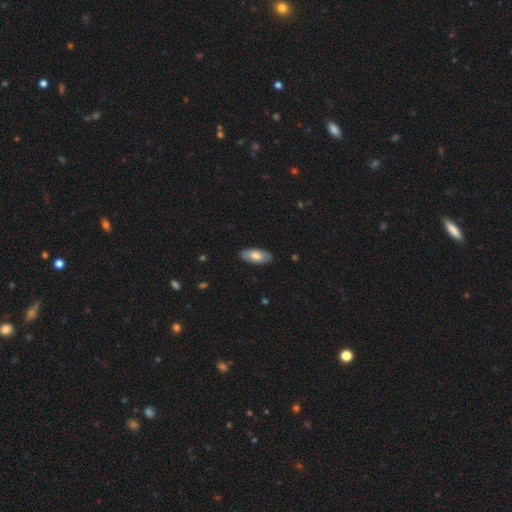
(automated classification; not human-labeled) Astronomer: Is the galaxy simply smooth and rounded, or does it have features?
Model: smooth — 71%.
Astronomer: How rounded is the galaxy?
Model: in between — 88%.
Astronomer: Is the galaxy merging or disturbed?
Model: none — 87%.